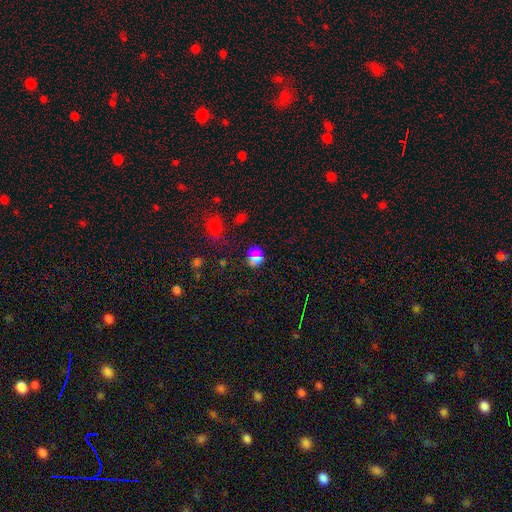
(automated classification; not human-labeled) The model was most divided on "smooth or featured": smooth: 62%, star or artifact: 27%, featured or disk: 11%. More confident: merging — none (71%); how rounded — round (67%).